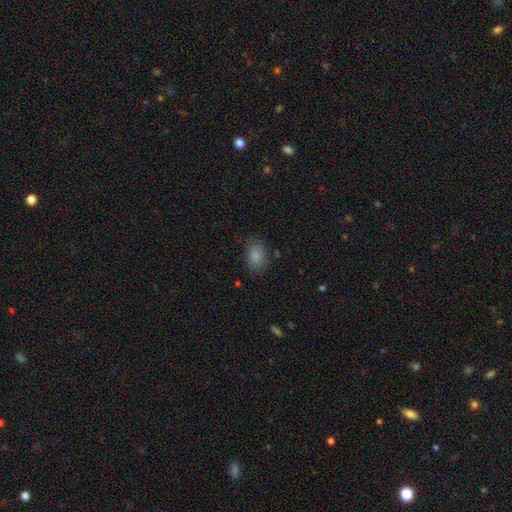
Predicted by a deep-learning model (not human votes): smooth 86%, star or artifact 8%, featured or disk 6%. Down the decision tree: how rounded — in between (86%); merging — none (81%).